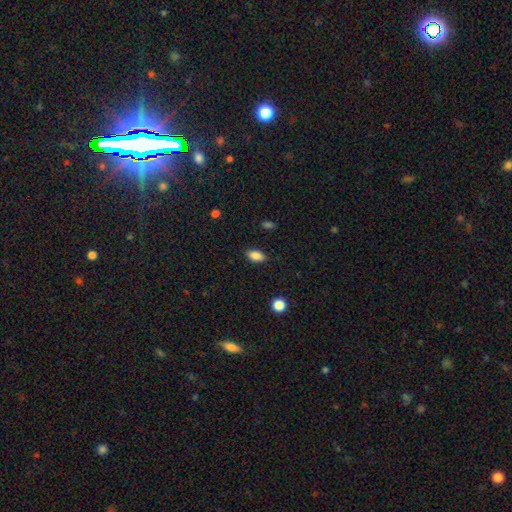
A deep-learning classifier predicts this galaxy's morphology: This is clearly a smooth galaxy (86%). How rounded: clearly in between (90%). Merging: clearly none (87%).